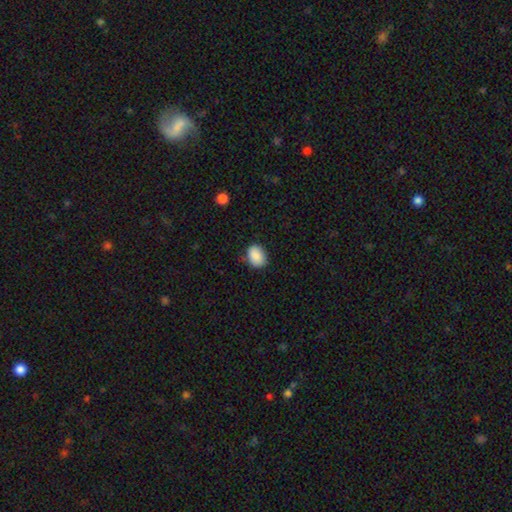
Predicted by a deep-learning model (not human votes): A smooth galaxy with no disk features (88%) that is in between round and cigar-shaped (65%).

Vote fractions:
- Smooth or featured? smooth: 88% / star or artifact: 8% / featured or disk: 4%
- How rounded? in between: 65% / round: 34% / cigar-shaped: 1%
- Merging? none: 80% / minor disturbance: 16% / major disturbance: 3% / merger: 1%